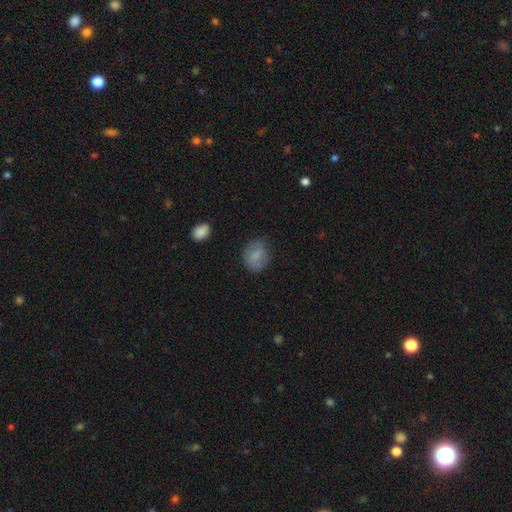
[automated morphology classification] Overall: smooth (73%). How rounded: in between (52%; round 46%). Merging: none (75%).